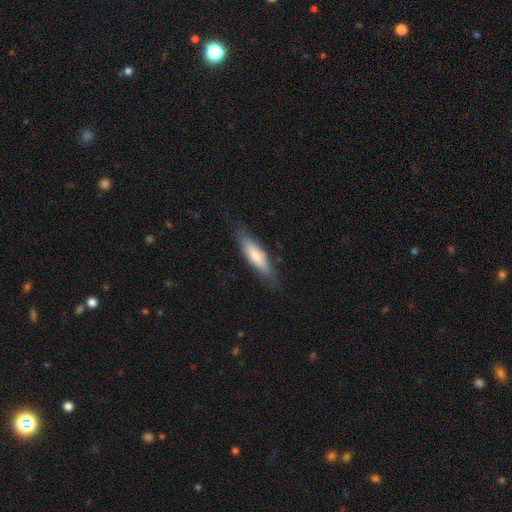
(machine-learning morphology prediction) The model was most divided on "how rounded": cigar-shaped: 69%, in between: 30%, round: 2%. More confident: merging — none (78%); smooth or featured — smooth (72%).